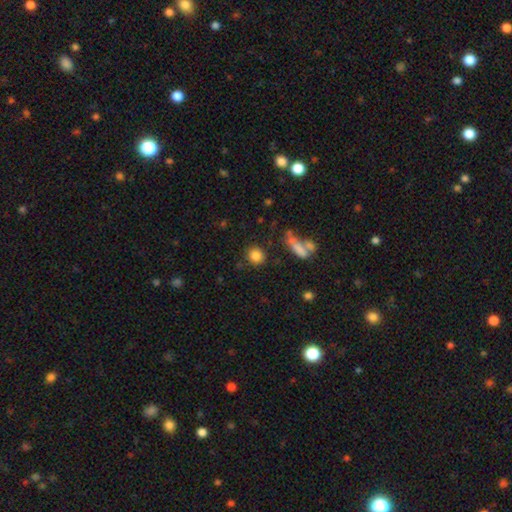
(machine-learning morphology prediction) This is clearly a smooth galaxy (83%). How rounded: clearly round (86%). Merging: likely none (79%).